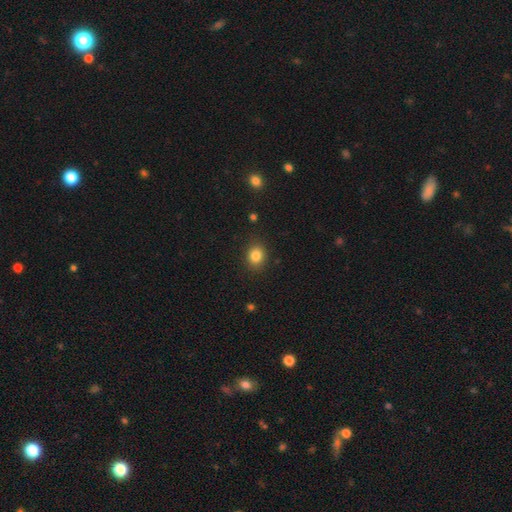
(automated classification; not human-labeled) smooth_or_featured: smooth (p=0.84) [alt: star or artifact p=0.11]
how_rounded: round (p=0.59) [alt: in between p=0.40]
merging: none (p=0.87) [alt: minor disturbance p=0.09]